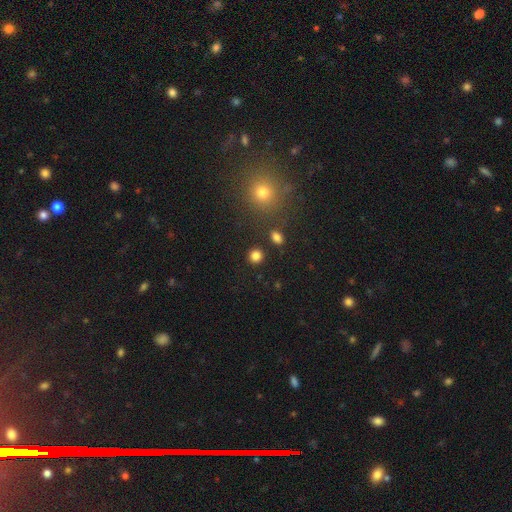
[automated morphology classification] Smooth or featured: smooth — 83% (star or artifact — 13%)
How rounded: round — 89% (in between — 10%)
Merging: none — 87% (minor disturbance — 6%)